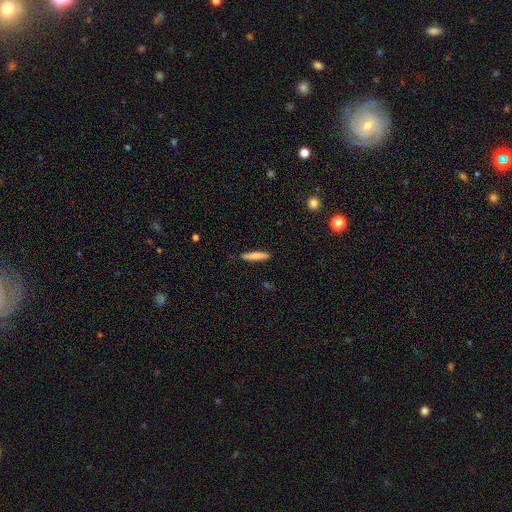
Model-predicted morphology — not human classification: Smooth or featured?
  - smooth: 78% *
  - featured or disk: 17%
  - star or artifact: 6%
How rounded?
  - cigar-shaped: 90% *
  - in between: 8%
  - round: 1%
Merging?
  - none: 90% *
  - minor disturbance: 7%
  - major disturbance: 2%
  - merger: 1%